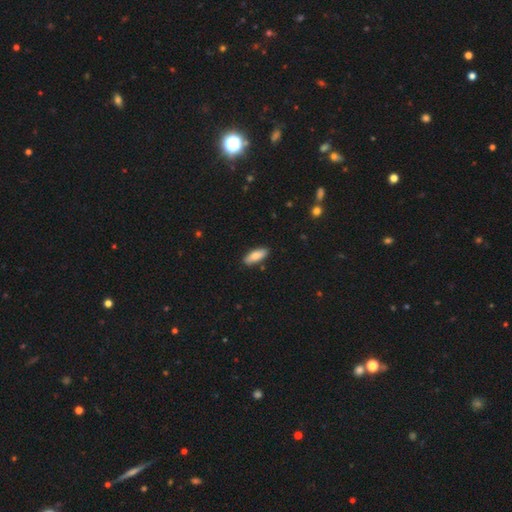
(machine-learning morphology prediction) smooth-or-featured: smooth: 81% | featured or disk: 13% | star or artifact: 6%
  how-rounded: in between: 72% | cigar-shaped: 26% | round: 2%
  merging: none: 87% | minor disturbance: 10% | major disturbance: 2% | merger: 2%